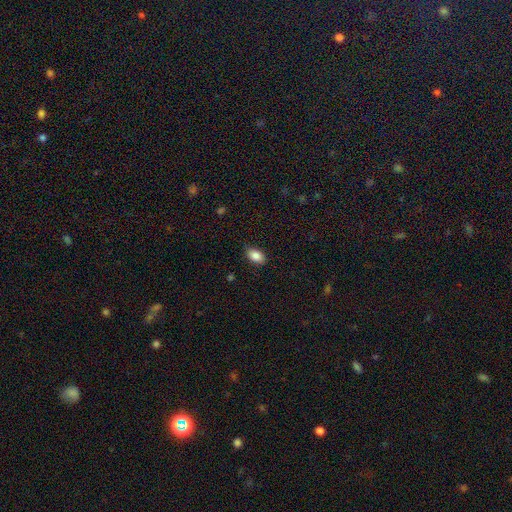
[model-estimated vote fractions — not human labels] Smooth or featured: smooth — 86% (star or artifact — 8%)
How rounded: in between — 90% (round — 8%)
Merging: none — 85% (minor disturbance — 12%)